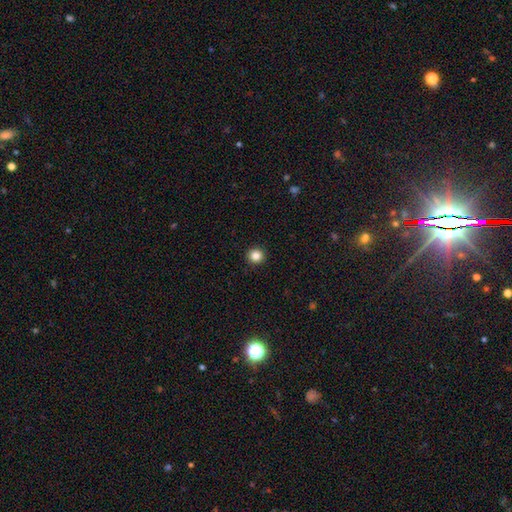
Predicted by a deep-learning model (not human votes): The model was most divided on "smooth or featured": smooth: 85%, star or artifact: 11%, featured or disk: 4%. More confident: how rounded — round (94%); merging — none (93%).